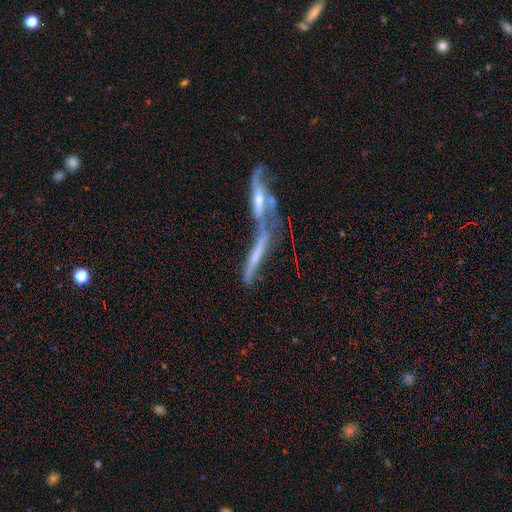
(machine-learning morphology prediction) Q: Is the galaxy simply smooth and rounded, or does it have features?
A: featured or disk — 62%.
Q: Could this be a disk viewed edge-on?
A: yes — 67%.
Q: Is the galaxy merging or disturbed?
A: merger — 65%.